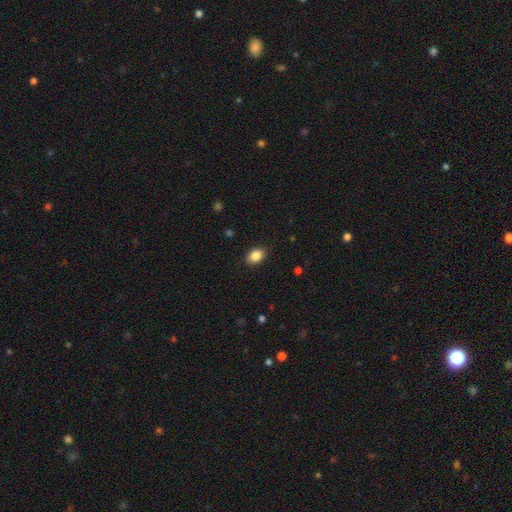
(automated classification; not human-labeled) Q: Smooth or featured?
A: smooth (86%); runner-up: star or artifact (9%)
Q: How rounded?
A: in between (70%); runner-up: round (28%)
Q: Merging?
A: none (87%); runner-up: minor disturbance (10%)